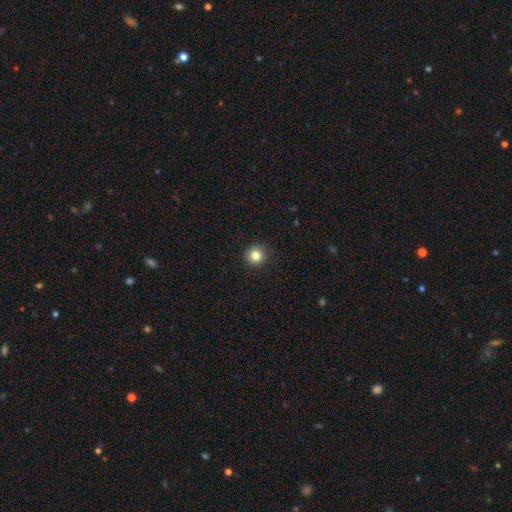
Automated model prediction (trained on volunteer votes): This is clearly a smooth galaxy (83%). How rounded: clearly round (94%). Merging: clearly none (90%).